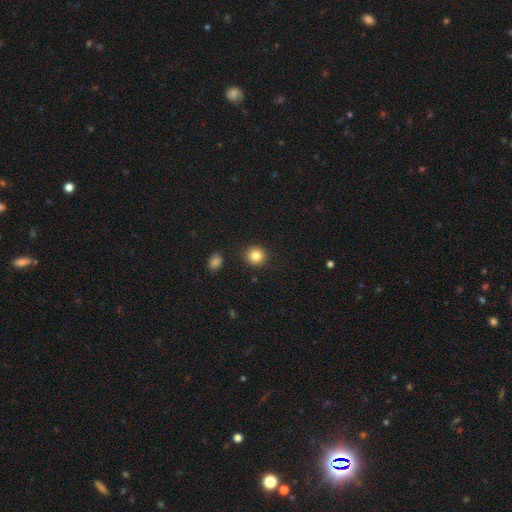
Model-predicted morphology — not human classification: This is clearly a smooth galaxy (84%). How rounded: clearly round (90%). Merging: clearly none (90%).